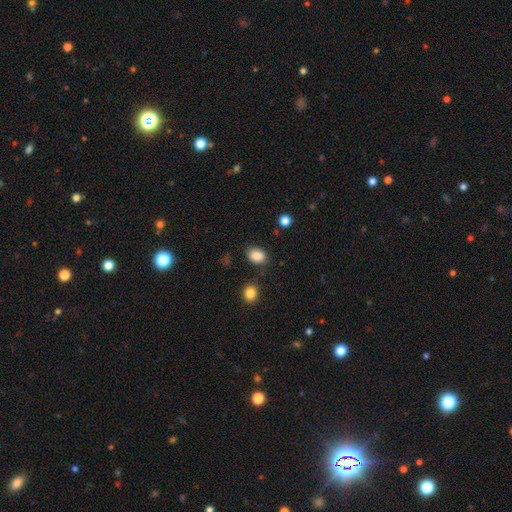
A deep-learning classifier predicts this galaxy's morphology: type=smooth (87%); roundness=in between (68%); merging=none (78%).